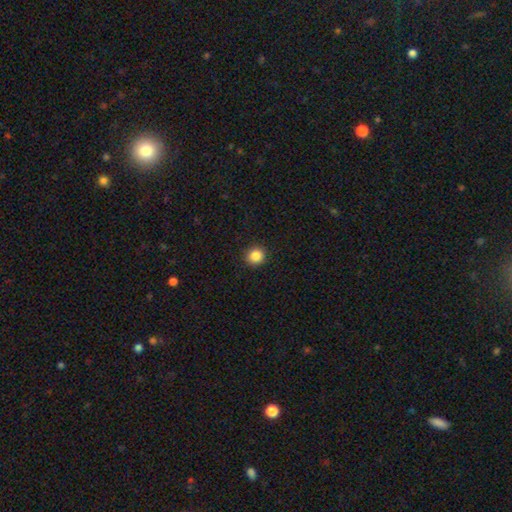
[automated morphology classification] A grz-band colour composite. It shows a smooth galaxy with no disk features (85%) that is round (93%). Merging: none (92%).